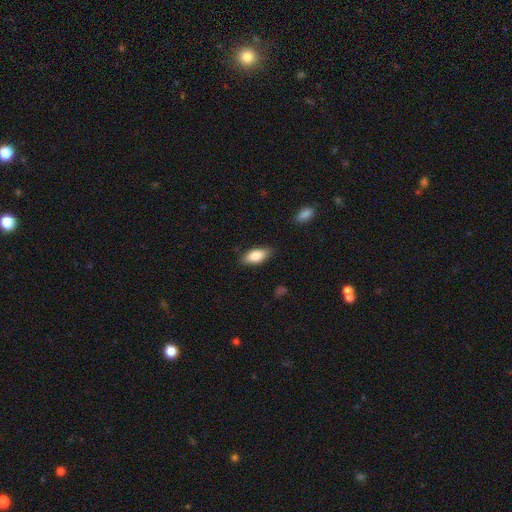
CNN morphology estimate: Q: Smooth or featured?
A: smooth (81%); runner-up: featured or disk (12%)
Q: How rounded?
A: in between (87%); runner-up: cigar-shaped (10%)
Q: Merging?
A: none (83%); runner-up: minor disturbance (13%)